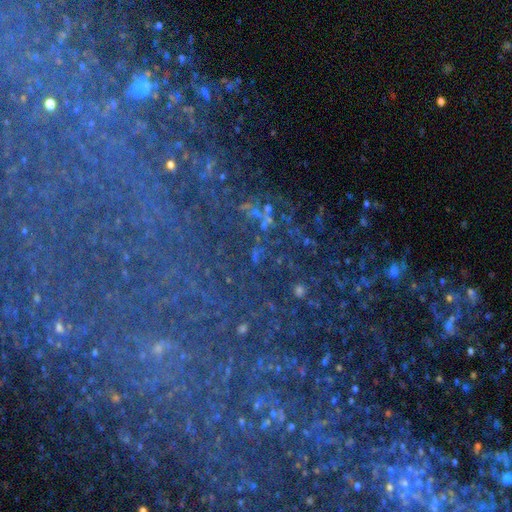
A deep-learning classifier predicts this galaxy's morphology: smooth-or-featured: star or artifact: 77% | featured or disk: 13% | smooth: 10%